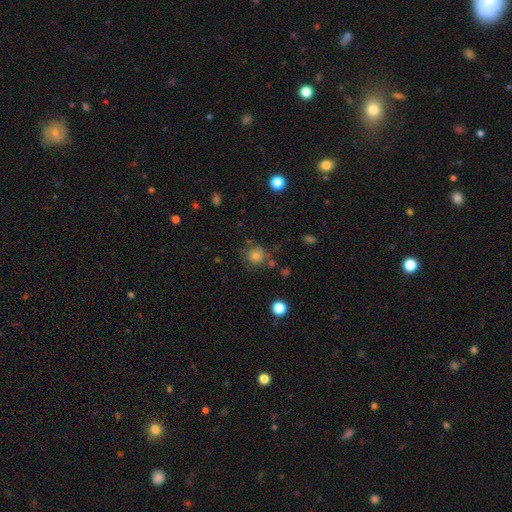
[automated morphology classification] This is likely a smooth galaxy (75%). How rounded: clearly round (91%). Merging: likely none (71%).